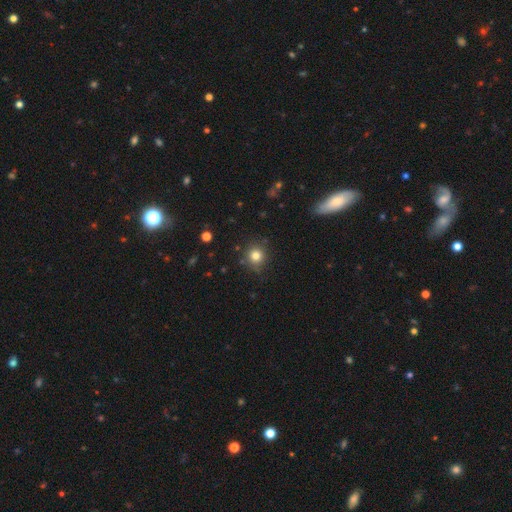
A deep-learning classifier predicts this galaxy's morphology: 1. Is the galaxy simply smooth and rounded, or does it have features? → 80% smooth, 13% star or artifact, 7% featured or disk.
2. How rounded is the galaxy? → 90% round, 9% in between, 1% cigar-shaped.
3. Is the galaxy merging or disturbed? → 84% none, 11% minor disturbance, 3% major disturbance, 2% merger.